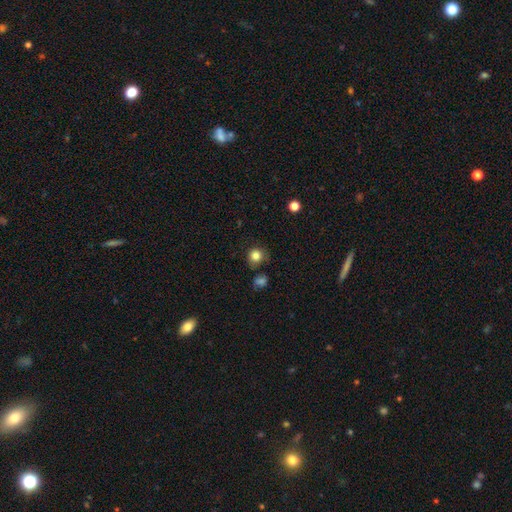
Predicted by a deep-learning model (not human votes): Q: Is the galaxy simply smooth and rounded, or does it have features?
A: smooth — 83%.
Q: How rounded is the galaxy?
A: round — 86%.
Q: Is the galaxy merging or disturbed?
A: none — 71%.